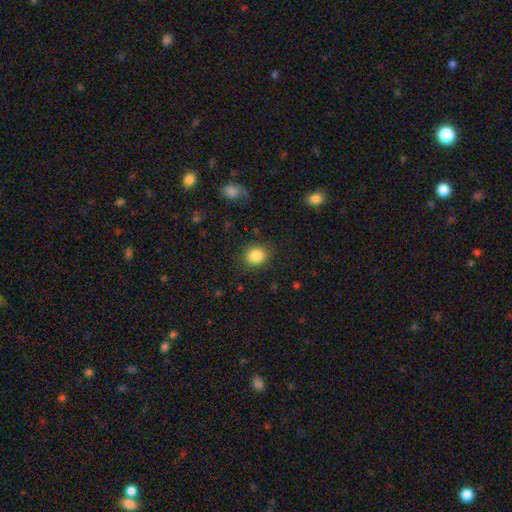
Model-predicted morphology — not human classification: type=smooth (86%); roundness=round (72%); merging=none (84%).